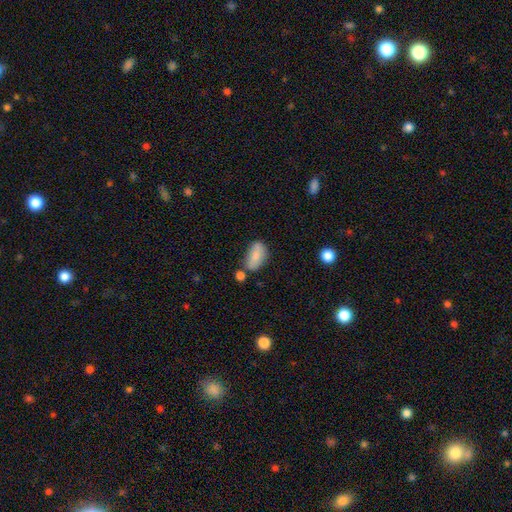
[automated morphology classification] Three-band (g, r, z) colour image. It shows a smooth galaxy with no disk features (79%) that is in between round and cigar-shaped (89%). Merging: none (54%).